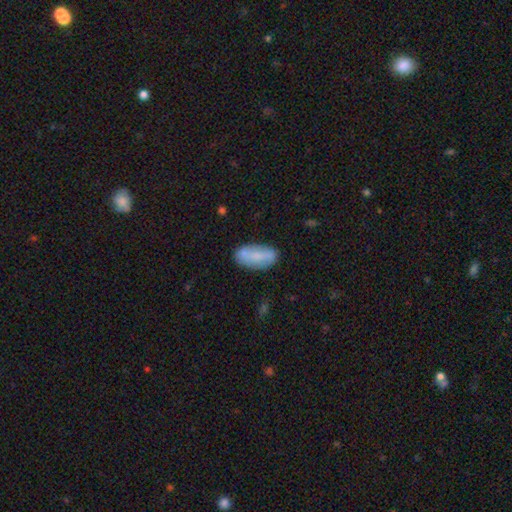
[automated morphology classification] Q: Smooth or featured?
A: smooth (67%); runner-up: featured or disk (26%)
Q: How rounded?
A: in between (86%); runner-up: cigar-shaped (11%)
Q: Merging?
A: none (74%); runner-up: minor disturbance (18%)